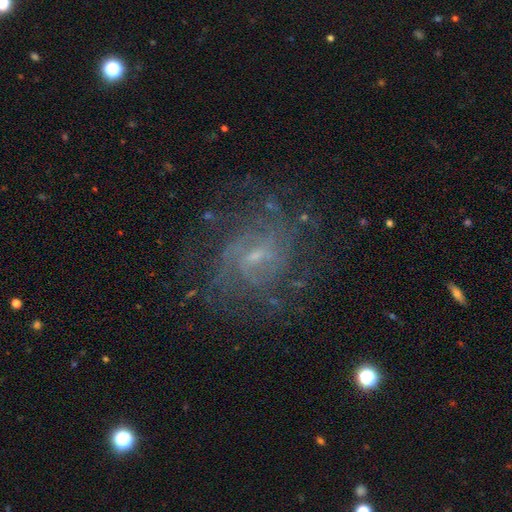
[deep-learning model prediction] Overall: featured or disk (80%). Edge-on disk: no (97%). Bar: weak (54%; no 33%). Spiral arms: yes (92%). Spiral arm count: can't tell (44%; 2 18%). Spiral winding: tight (52%; medium 36%). Bulge size: small (71%). Merging: none (74%).